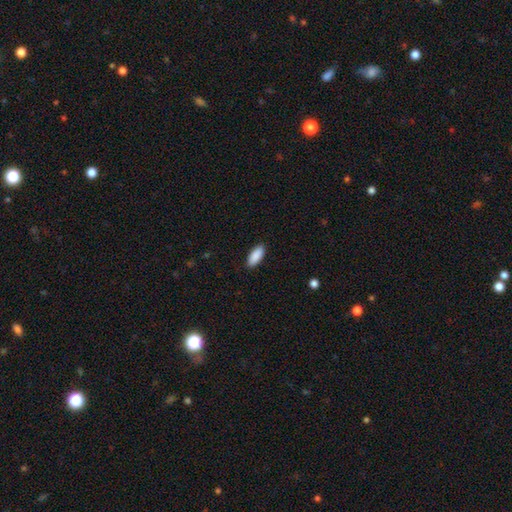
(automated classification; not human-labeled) smooth-or-featured: smooth: 90% | star or artifact: 6% | featured or disk: 4%
  how-rounded: in between: 85% | cigar-shaped: 13% | round: 2%
  merging: none: 89% | minor disturbance: 8% | major disturbance: 2% | merger: 1%